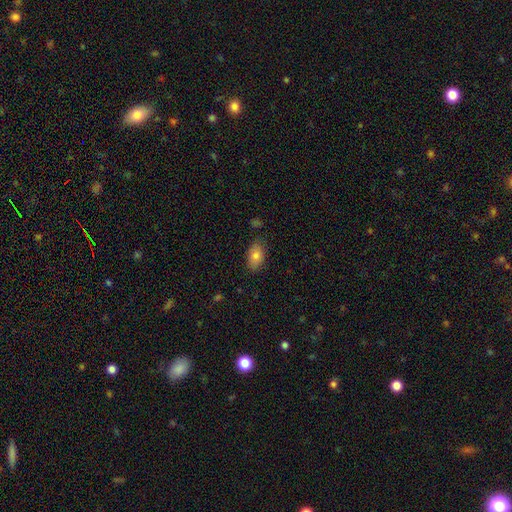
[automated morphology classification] type=smooth (82%); roundness=in between (91%); merging=none (81%).